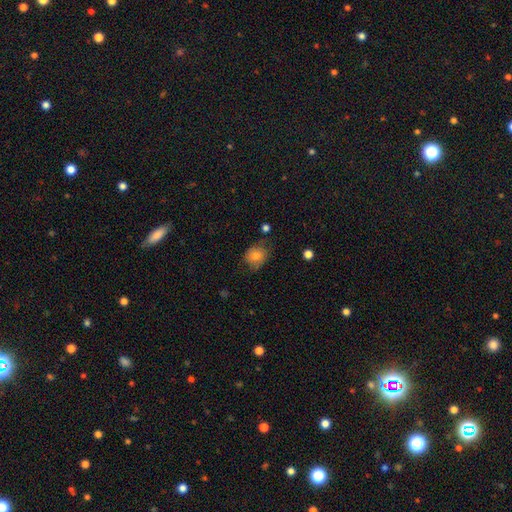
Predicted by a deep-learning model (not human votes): Smooth or featured? Predicted: smooth (p=0.78). How rounded? Predicted: round (p=0.65). Merging? Predicted: none (p=0.65).